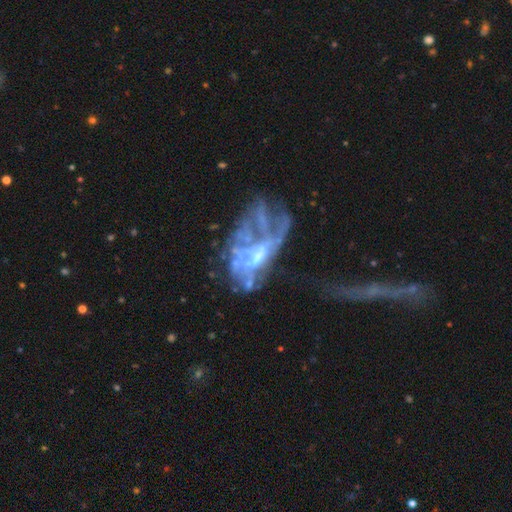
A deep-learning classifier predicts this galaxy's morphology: The model was most divided on "bulge size": none: 40%, small: 29%, moderate: 26%, large: 4%, dominant: 1%. Remaining: edge-on disk — no (95%); spiral arms — no (74%); bar — no (73%); smooth or featured — featured or disk (73%); merging — major disturbance (47%).